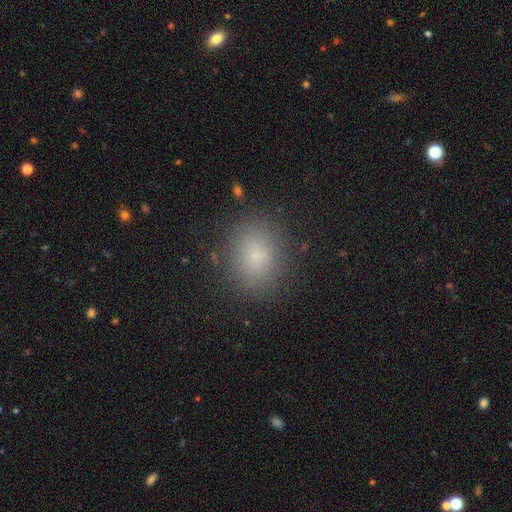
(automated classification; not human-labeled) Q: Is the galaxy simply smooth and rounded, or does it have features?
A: smooth — 78%.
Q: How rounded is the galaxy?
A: in between — 53%.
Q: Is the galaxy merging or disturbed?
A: none — 85%.